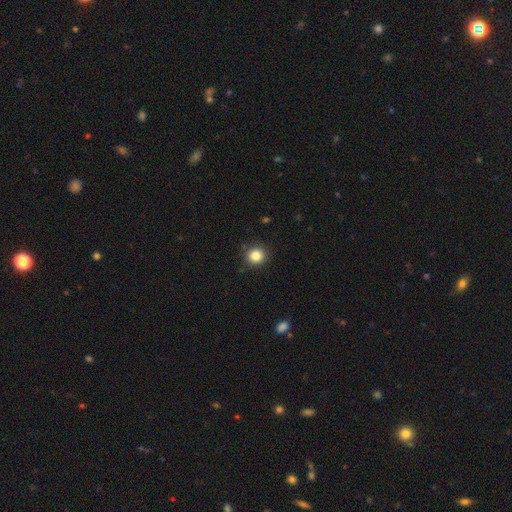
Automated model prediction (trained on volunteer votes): This appears to be a smooth galaxy with no disk features (84%) that is round (91%). Merging: none (90%).